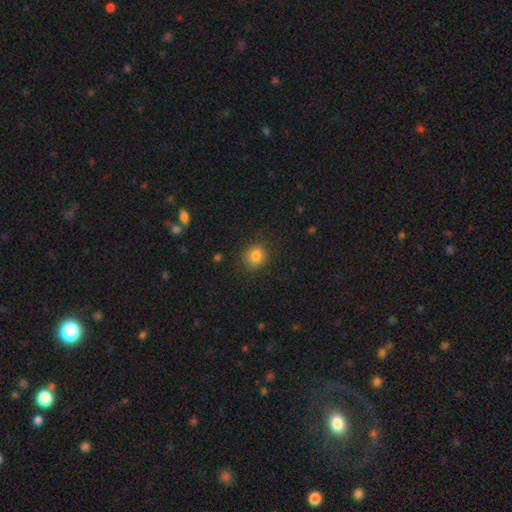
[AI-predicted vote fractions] This appears to be a smooth galaxy with no disk features (83%) that is round (76%). Merging: none (82%).